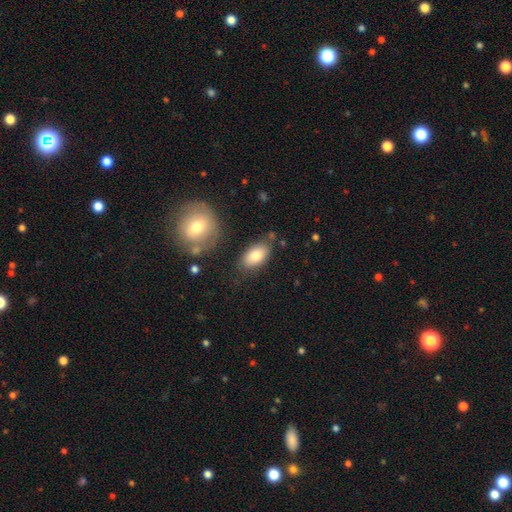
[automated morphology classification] smooth_or_featured: smooth (p=0.79) [alt: featured or disk p=0.14]
how_rounded: in between (p=0.92) [alt: round p=0.06]
merging: none (p=0.74) [alt: minor disturbance p=0.15]